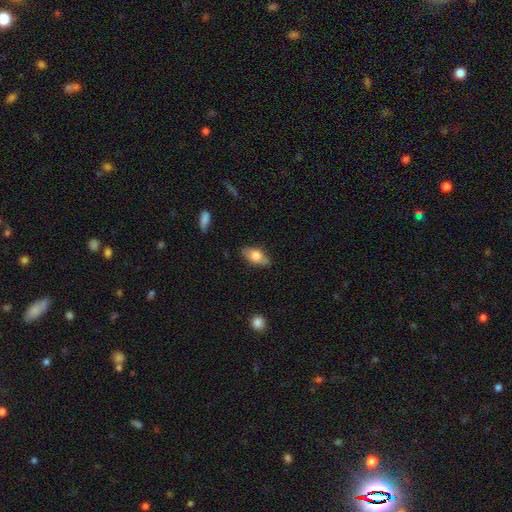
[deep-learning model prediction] smooth 69%, featured or disk 24%, star or artifact 7%. Down the decision tree: how rounded — in between (87%); merging — none (79%).